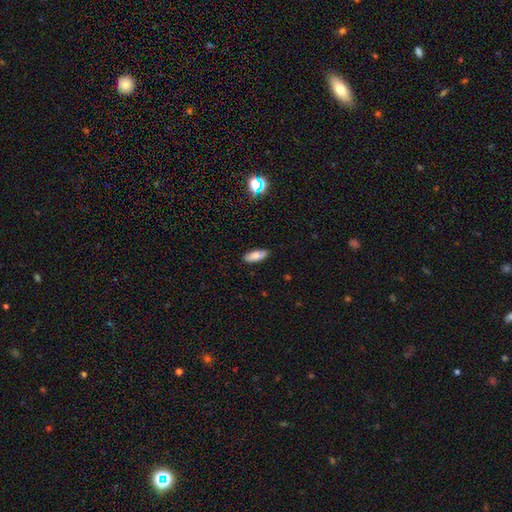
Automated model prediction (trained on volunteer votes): Overall: smooth (84%). How rounded: in between (70%). Merging: none (88%).